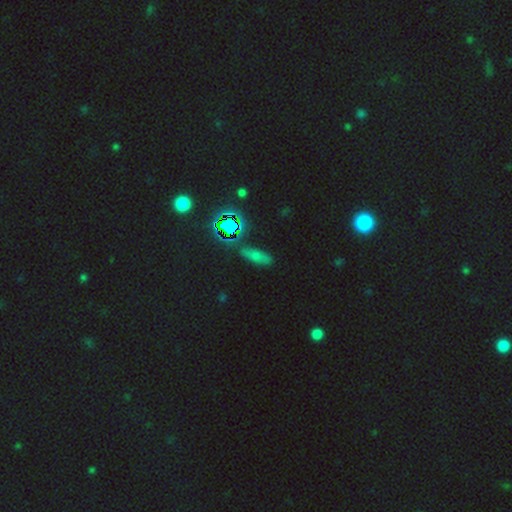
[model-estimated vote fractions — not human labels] smooth_or_featured: smooth (p=0.44) [alt: star or artifact p=0.38]
merging: none (p=0.73) [alt: minor disturbance p=0.16]